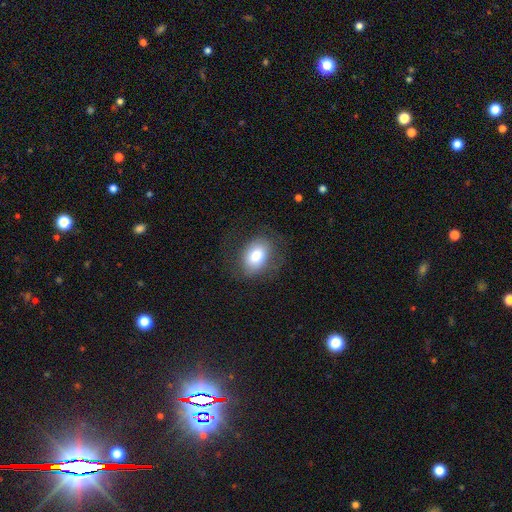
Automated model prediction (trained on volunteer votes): smooth-or-featured: smooth: 76% | featured or disk: 15% | star or artifact: 8%
  how-rounded: in between: 74% | round: 25% | cigar-shaped: 1%
  merging: none: 71% | minor disturbance: 18% | major disturbance: 11% | merger: 1%